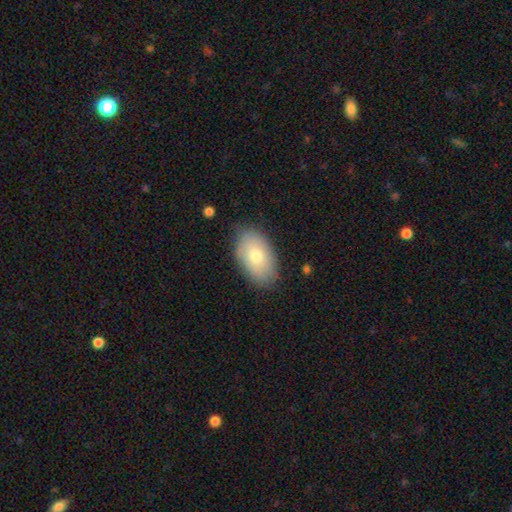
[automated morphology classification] Smooth or featured? Predicted: smooth (p=0.75). How rounded? Predicted: in between (p=0.93). Merging? Predicted: none (p=0.81).